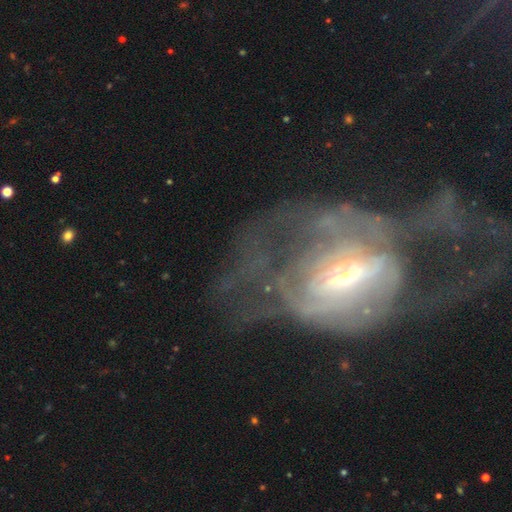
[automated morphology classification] Smooth or featured? featured or disk (76%)
Edge-on disk? no (93%)
Bar? strong (38%)
Spiral arms? yes (60%)
Bulge size? small (54%)
Merging? major disturbance (52%)